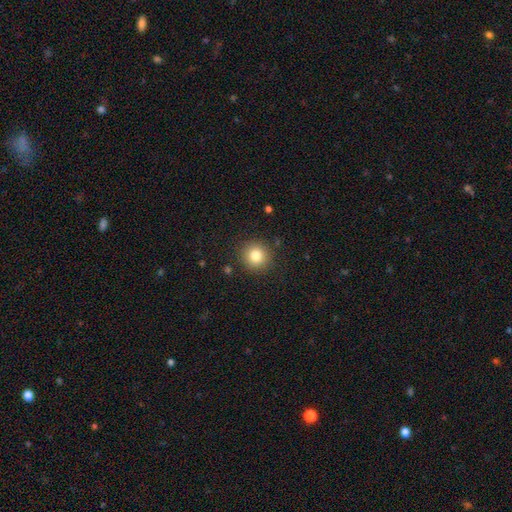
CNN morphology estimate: This appears to be a smooth galaxy with no disk features (82%) that is round (93%). Merging: none (89%).